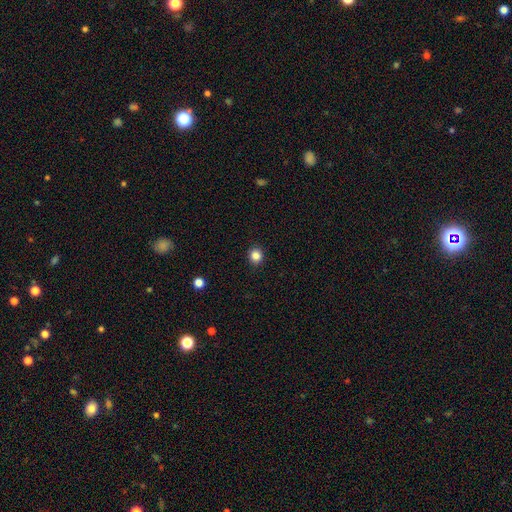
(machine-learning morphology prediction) Smooth or featured: smooth — 84% (star or artifact — 12%)
How rounded: round — 87% (in between — 12%)
Merging: none — 92% (minor disturbance — 6%)